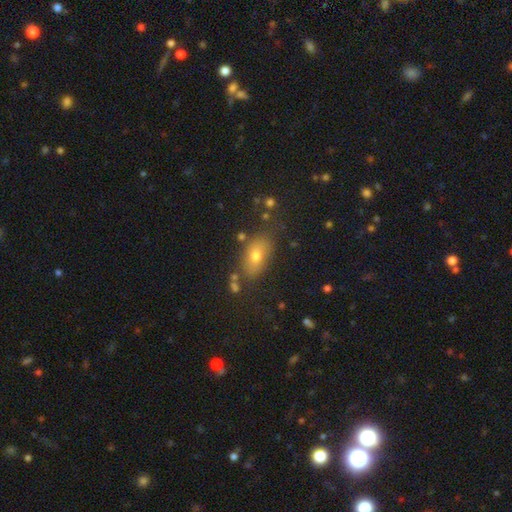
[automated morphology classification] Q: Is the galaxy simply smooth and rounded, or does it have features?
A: smooth — 71%.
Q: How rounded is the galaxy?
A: in between — 83%.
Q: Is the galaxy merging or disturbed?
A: none — 74%.